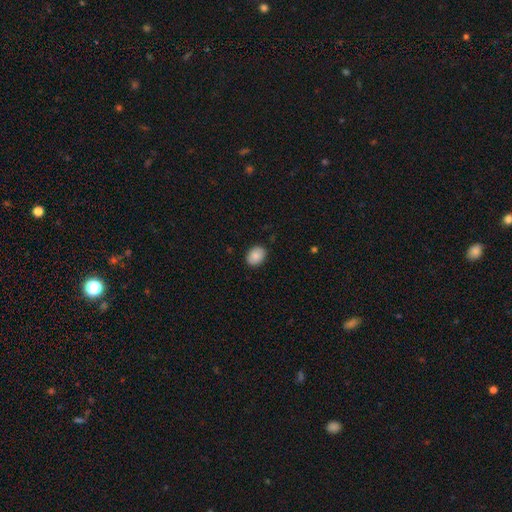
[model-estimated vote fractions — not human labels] This appears to be a smooth galaxy with no disk features (87%) that is in between round and cigar-shaped (66%). Merging: none (87%).